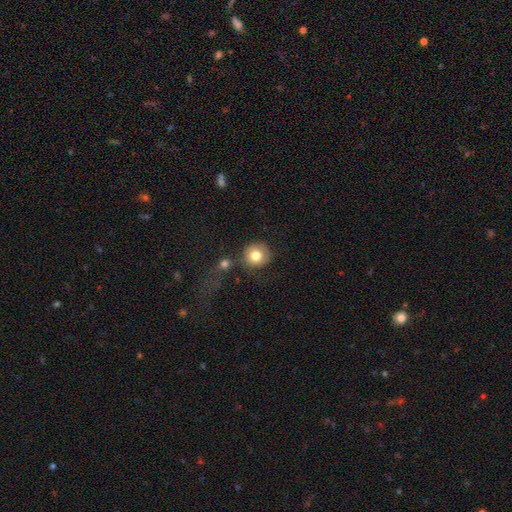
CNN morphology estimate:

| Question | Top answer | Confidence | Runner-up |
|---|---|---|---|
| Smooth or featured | smooth | 80% | featured or disk (11%) |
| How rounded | round | 91% | in between (8%) |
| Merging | none | 67% | minor disturbance (14%) |